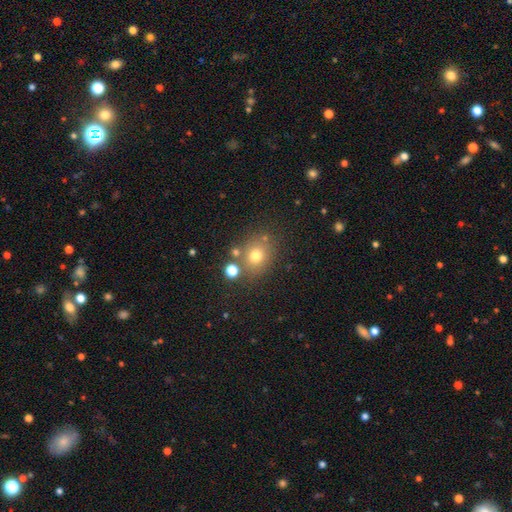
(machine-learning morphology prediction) A smooth galaxy with no disk features (72%) that is round (69%). Merging: none (72%).